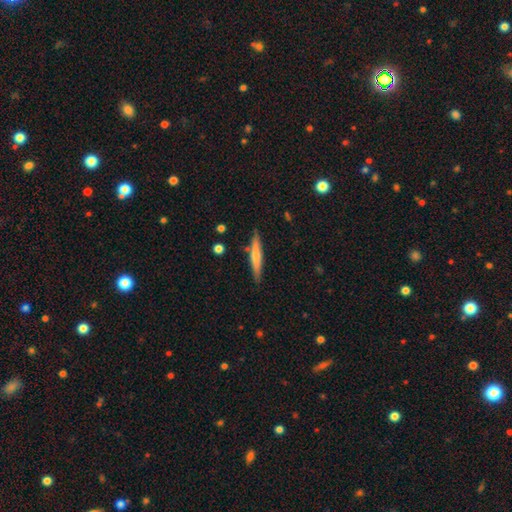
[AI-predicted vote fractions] Overall: smooth (59%; featured or disk 35%). How rounded: cigar-shaped (92%). Merging: none (86%).